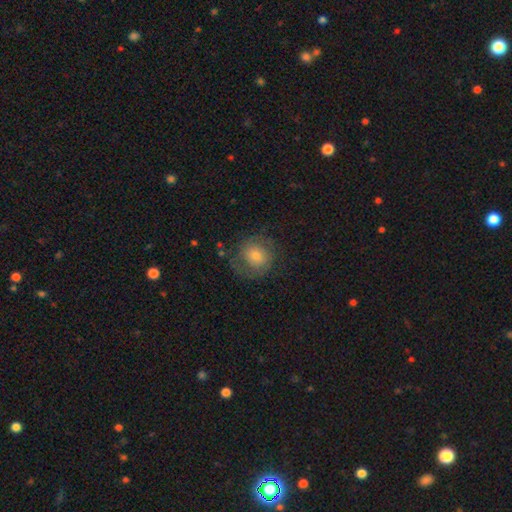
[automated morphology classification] Overall: featured or disk (47%; smooth 42%). Merging: none (69%).